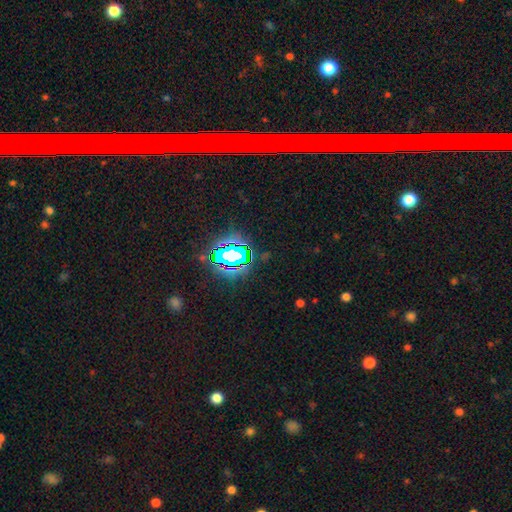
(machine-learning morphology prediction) star or artifact 71%, smooth 15%, featured or disk 14%.